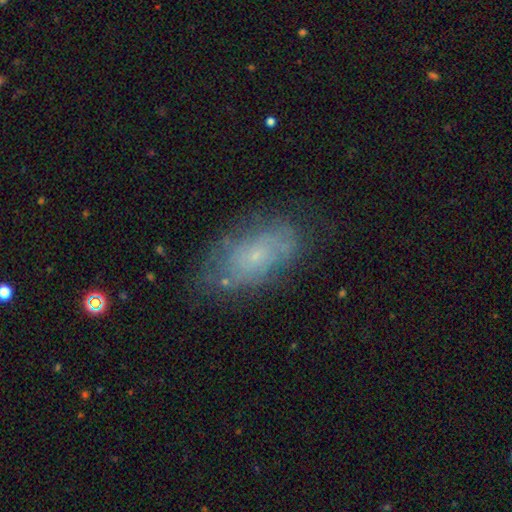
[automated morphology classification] The model was most divided on "smooth or featured": featured or disk: 52%, smooth: 38%, star or artifact: 11%. More confident: edge-on disk — no (93%); merging — none (68%).